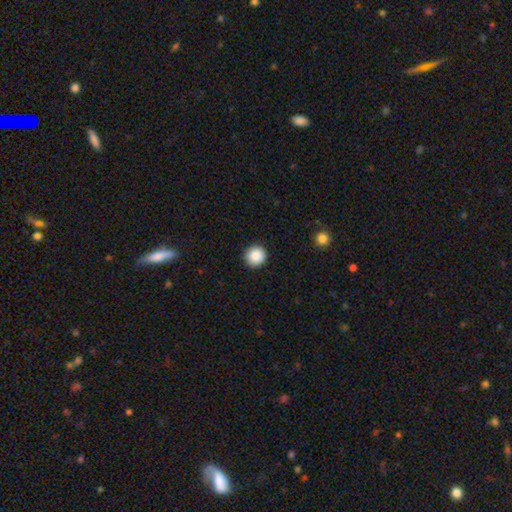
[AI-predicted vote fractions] Smooth or featured?
  - smooth: 88% *
  - star or artifact: 9%
  - featured or disk: 3%
How rounded?
  - round: 95% *
  - in between: 4%
  - cigar-shaped: 1%
Merging?
  - none: 93% *
  - minor disturbance: 5%
  - major disturbance: 2%
  - merger: 1%